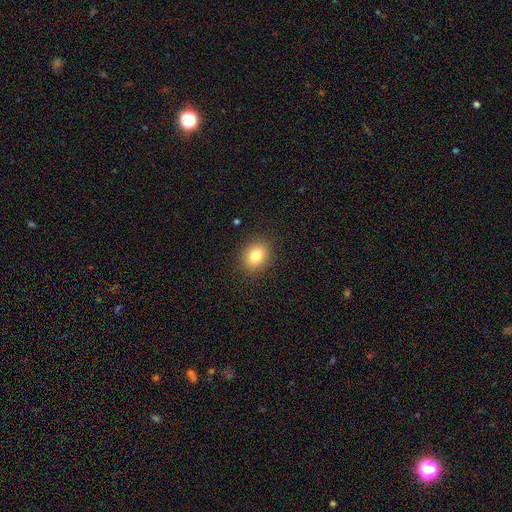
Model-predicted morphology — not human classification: A smooth galaxy with no disk features (81%) that is in between round and cigar-shaped (52%).

Vote fractions:
- Smooth or featured? smooth: 81% / star or artifact: 10% / featured or disk: 9%
- How rounded? in between: 52% / round: 47% / cigar-shaped: 1%
- Merging? none: 89% / minor disturbance: 8% / major disturbance: 2% / merger: 1%